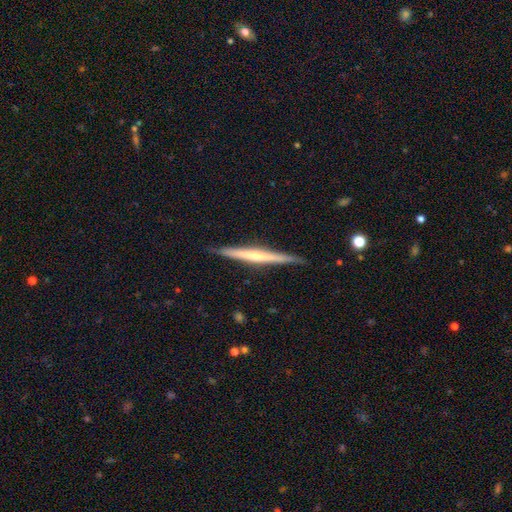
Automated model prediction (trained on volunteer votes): smooth-or-featured: featured or disk: 64% | smooth: 30% | star or artifact: 5%
  disk-edge-on: yes: 97% | no: 3%
    edge-on-bulge: none: 53% | rounded: 38% | boxy: 10%
  merging: none: 88% | minor disturbance: 9% | major disturbance: 2% | merger: 1%